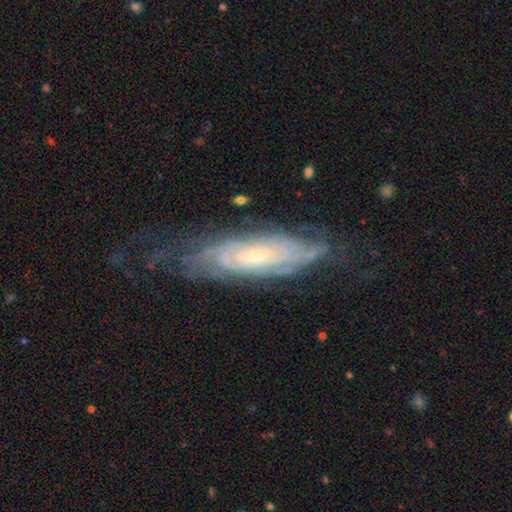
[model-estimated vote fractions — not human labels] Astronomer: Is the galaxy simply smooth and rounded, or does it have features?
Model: featured or disk — 81%.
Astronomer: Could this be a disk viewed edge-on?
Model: no — 80%.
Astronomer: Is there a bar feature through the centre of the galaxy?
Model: no — 68%.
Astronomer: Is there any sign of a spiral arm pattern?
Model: yes — 91%.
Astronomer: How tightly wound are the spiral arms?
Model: tight — 71%.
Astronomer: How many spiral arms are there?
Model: can't tell — 58%.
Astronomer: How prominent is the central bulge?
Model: small — 72%.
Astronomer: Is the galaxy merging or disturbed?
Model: none — 63%.